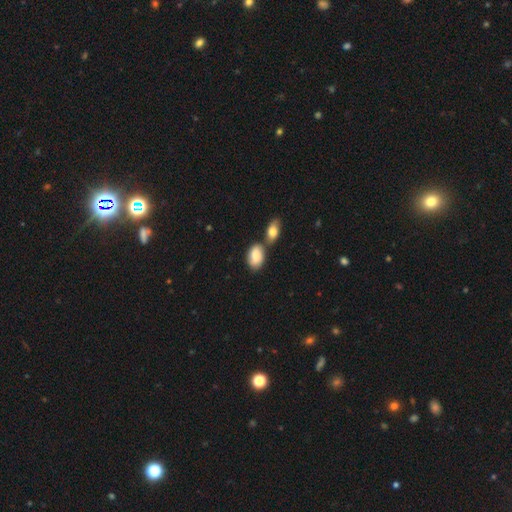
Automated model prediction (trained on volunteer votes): smooth_or_featured: smooth (p=0.81) [alt: featured or disk p=0.12]
how_rounded: in between (p=0.89) [alt: round p=0.09]
merging: none (p=0.44) [alt: merger p=0.38]